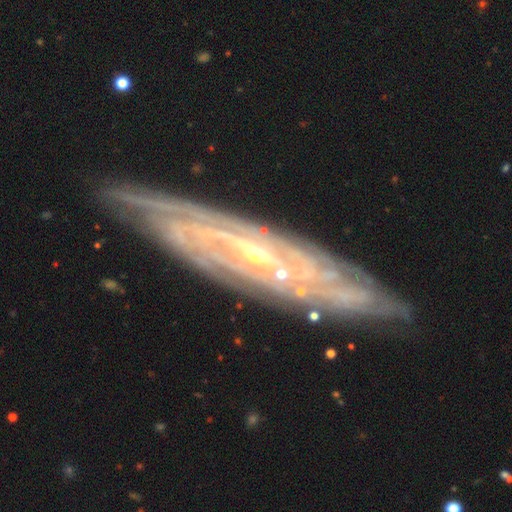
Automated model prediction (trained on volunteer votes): smooth-or-featured: featured or disk: 84% | smooth: 8% | star or artifact: 8%
  disk-edge-on: no: 63% | yes: 37%
    bar: no: 54% | weak: 32% | strong: 15%
    has-spiral-arms: yes: 92% | no: 8%
    bulge-size: small: 77% | moderate: 19% | none: 2% | large: 1% | dominant: 1%
  merging: none: 82% | minor disturbance: 12% | major disturbance: 3% | merger: 2%